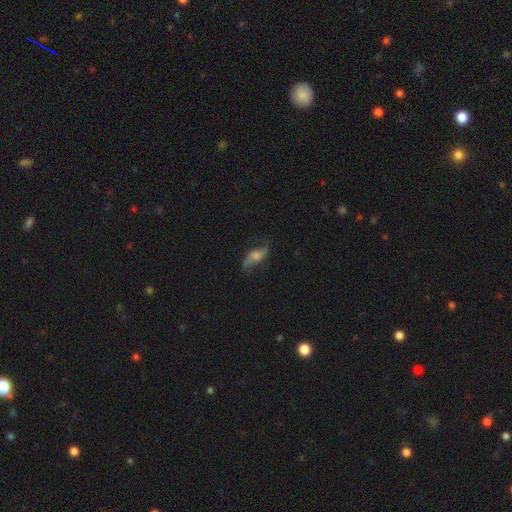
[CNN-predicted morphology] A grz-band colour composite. It shows a featured or disk galaxy (71%) with no bar (51%), 2 (92%) loose (84%) spiral arms (92%) and a moderate central bulge (39%). Merging: none (73%).